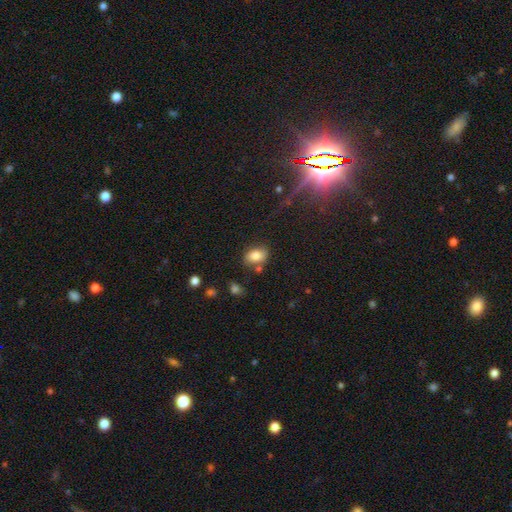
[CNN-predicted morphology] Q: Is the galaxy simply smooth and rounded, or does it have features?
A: smooth — 79%.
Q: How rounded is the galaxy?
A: in between — 79%.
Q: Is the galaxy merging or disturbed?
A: none — 70%.